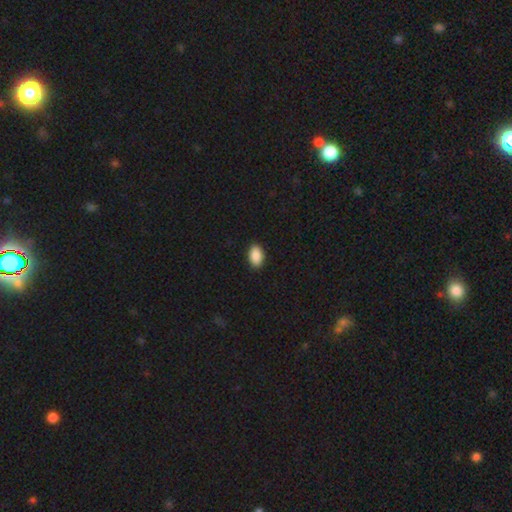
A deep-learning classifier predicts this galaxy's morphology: smooth 90%, star or artifact 7%, featured or disk 3%. Down the decision tree: how rounded — in between (92%); merging — none (90%).